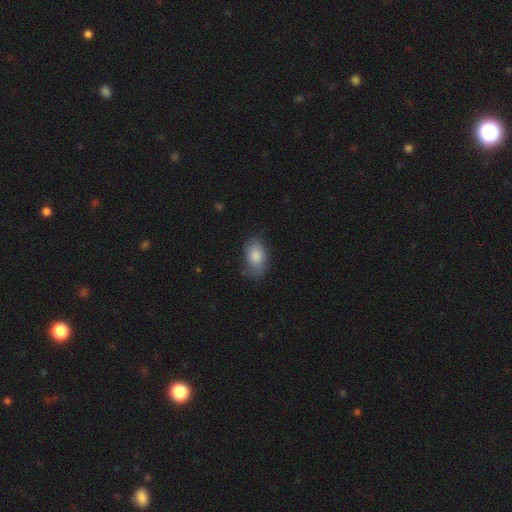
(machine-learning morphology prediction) smooth 82%, featured or disk 11%, star or artifact 7%. Down the decision tree: how rounded — in between (89%); merging — none (66%).